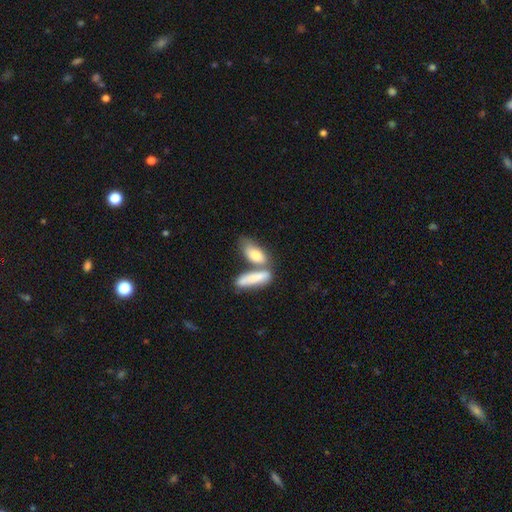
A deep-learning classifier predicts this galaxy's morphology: This is likely a smooth galaxy (78%). How rounded: likely in between (69%). Merging: possibly merger (47%).